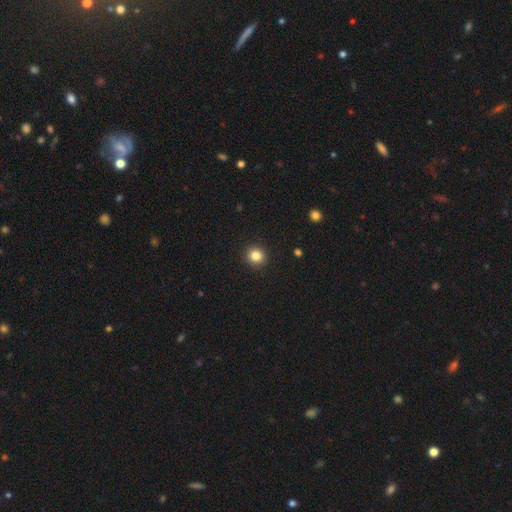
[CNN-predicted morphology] smooth_or_featured: smooth (p=0.84) [alt: star or artifact p=0.11]
how_rounded: round (p=0.91) [alt: in between p=0.08]
merging: none (p=0.93) [alt: minor disturbance p=0.05]